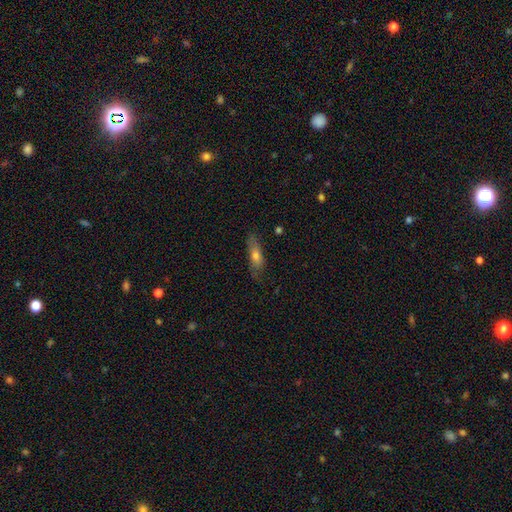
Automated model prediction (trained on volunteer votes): A smooth galaxy with no disk features (59%) that is cigar-shaped (57%). Merging: none (75%).